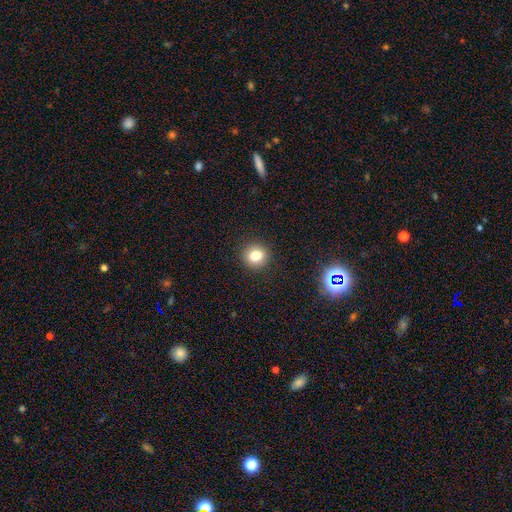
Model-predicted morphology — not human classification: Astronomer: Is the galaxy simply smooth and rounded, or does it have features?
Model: smooth — 80%.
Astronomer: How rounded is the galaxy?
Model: round — 86%.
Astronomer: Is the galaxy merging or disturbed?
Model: none — 91%.